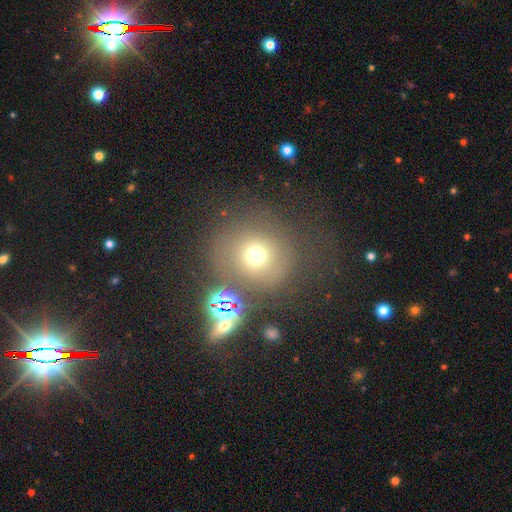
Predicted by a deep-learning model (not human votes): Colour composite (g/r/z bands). It shows a smooth galaxy with no disk features (66%) that is round (89%). Merging: none (68%).